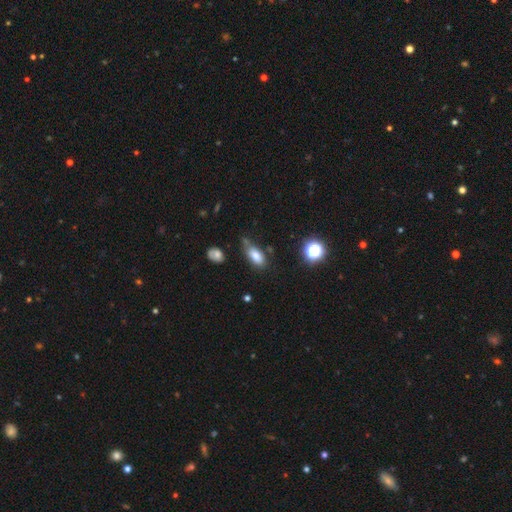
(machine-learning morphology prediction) This is likely a smooth galaxy (78%). How rounded: clearly in between (87%). Merging: possibly none (53%).